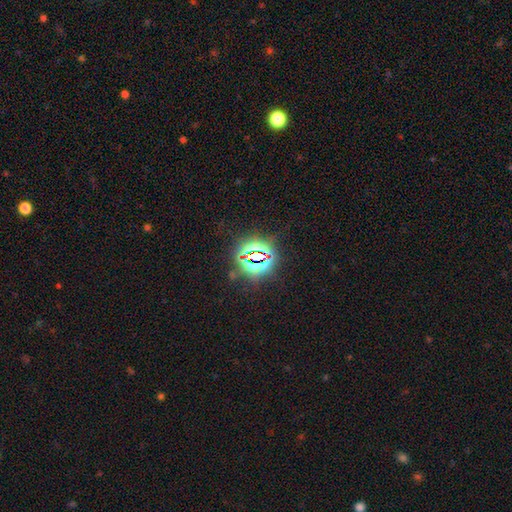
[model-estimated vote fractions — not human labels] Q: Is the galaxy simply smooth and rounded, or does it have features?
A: star or artifact — 79%.